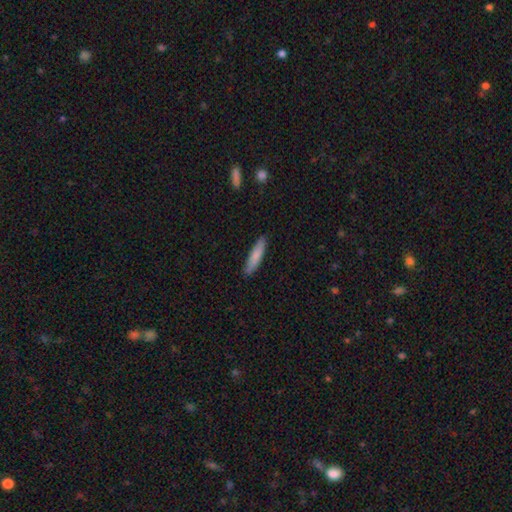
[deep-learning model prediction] Overall: smooth (81%). How rounded: cigar-shaped (84%). Merging: none (87%).